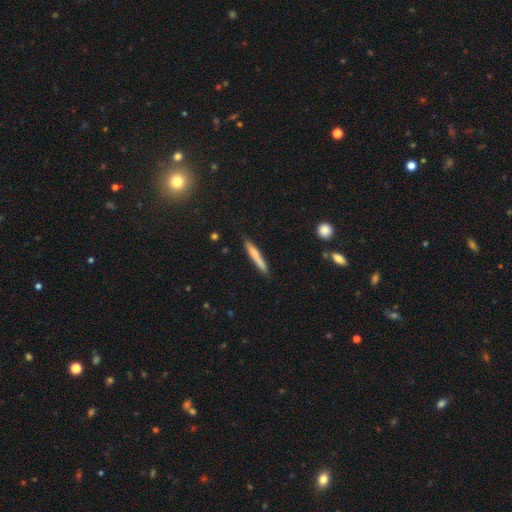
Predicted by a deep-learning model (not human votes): Morphology: type=smooth (68%); roundness=cigar-shaped (94%); merging=none (84%).